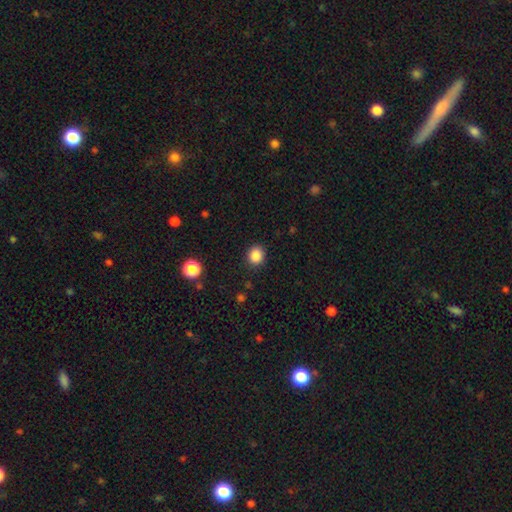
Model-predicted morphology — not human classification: This appears to be a smooth galaxy with no disk features (87%) that is round (69%). Merging: none (89%).